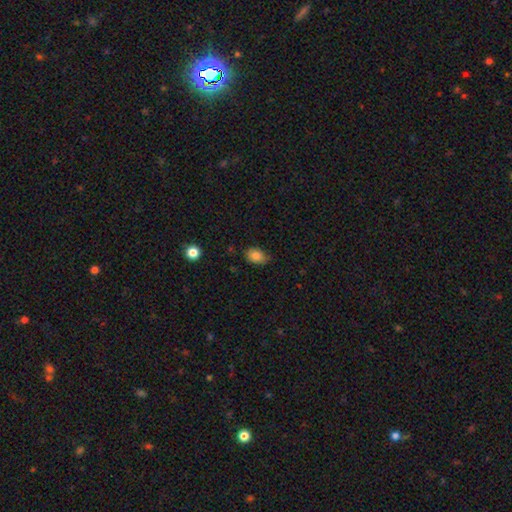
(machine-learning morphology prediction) Smooth or featured: smooth — 83% (star or artifact — 10%)
How rounded: in between — 74% (round — 25%)
Merging: none — 67% (minor disturbance — 27%)